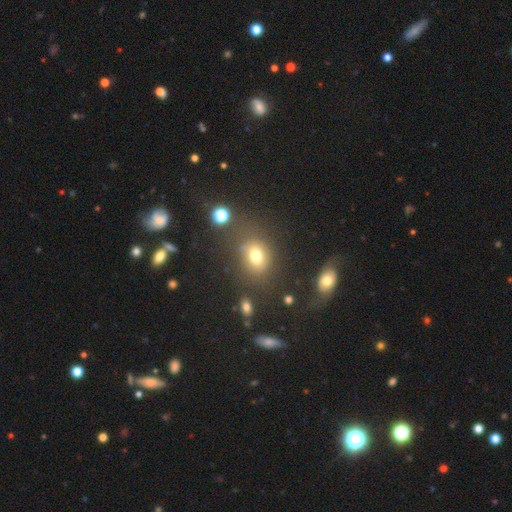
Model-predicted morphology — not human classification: Q: Smooth or featured?
A: smooth (72%); runner-up: star or artifact (15%)
Q: How rounded?
A: round (52%); runner-up: in between (47%)
Q: Merging?
A: none (64%); runner-up: minor disturbance (18%)